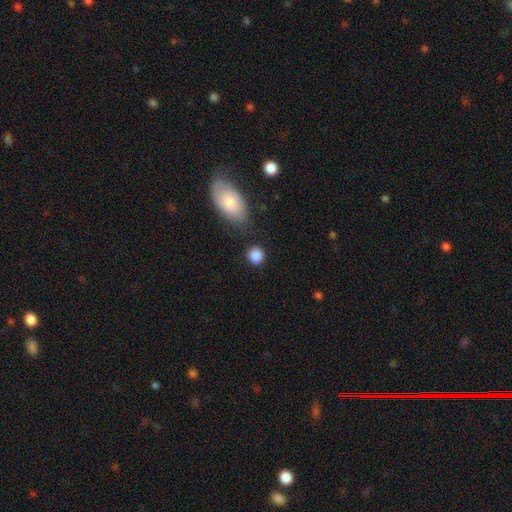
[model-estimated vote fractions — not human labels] This appears to be a smooth galaxy with no disk features (86%) that is round (85%). Merging: none (80%).